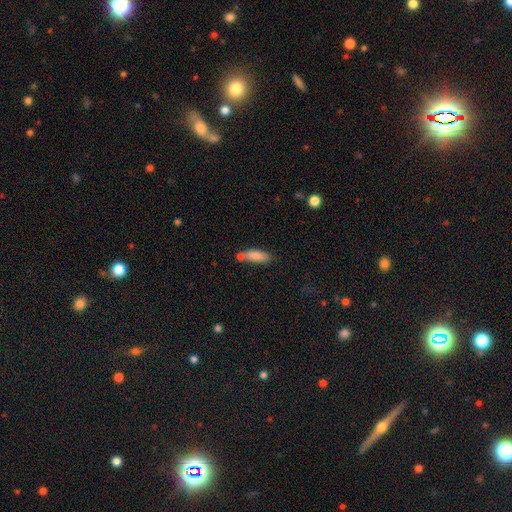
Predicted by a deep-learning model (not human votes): smooth-or-featured: smooth: 84% | featured or disk: 9% | star or artifact: 8%
  how-rounded: in between: 60% | cigar-shaped: 38% | round: 2%
  merging: none: 53% | merger: 25% | minor disturbance: 17% | major disturbance: 5%